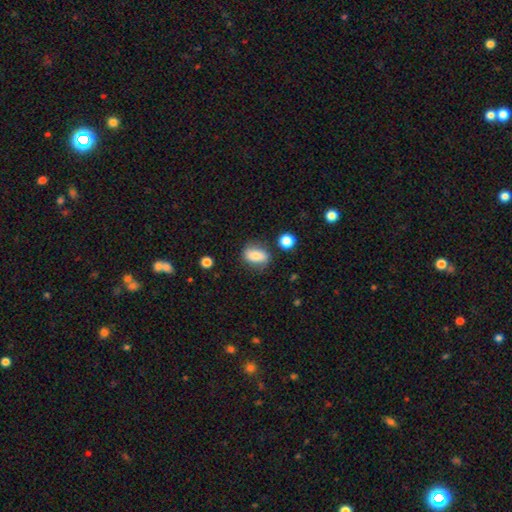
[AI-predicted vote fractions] smooth-or-featured: smooth: 78% | featured or disk: 13% | star or artifact: 8%
  how-rounded: in between: 80% | round: 16% | cigar-shaped: 4%
  merging: none: 73% | minor disturbance: 18% | major disturbance: 5% | merger: 4%